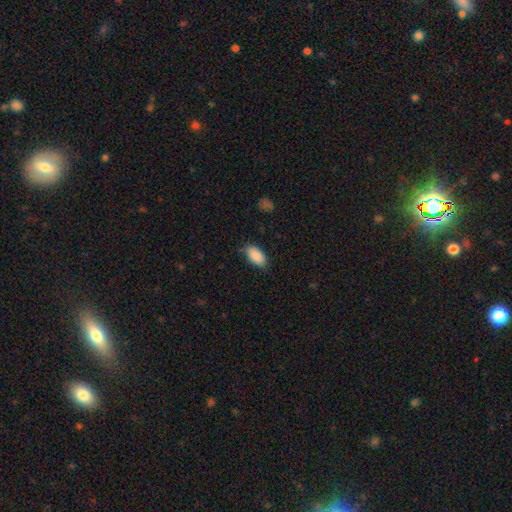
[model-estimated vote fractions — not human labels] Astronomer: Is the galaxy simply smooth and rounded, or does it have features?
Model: smooth — 90%.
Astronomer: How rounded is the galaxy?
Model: in between — 94%.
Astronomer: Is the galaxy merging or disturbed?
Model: none — 81%.